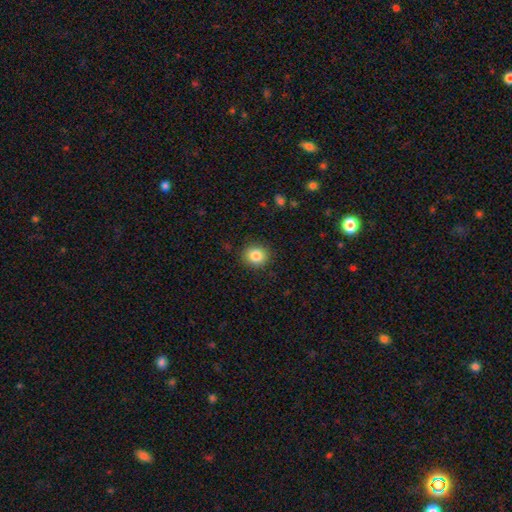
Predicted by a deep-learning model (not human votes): Smooth or featured?
  - smooth: 86% *
  - star or artifact: 9%
  - featured or disk: 5%
How rounded?
  - round: 81% *
  - in between: 18%
  - cigar-shaped: 1%
Merging?
  - none: 89% *
  - minor disturbance: 7%
  - major disturbance: 2%
  - merger: 1%